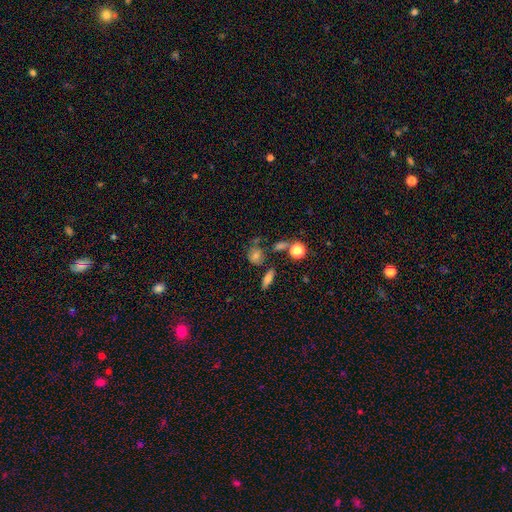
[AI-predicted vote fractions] Smooth or featured? Predicted: smooth (p=0.63). How rounded? Predicted: round (p=0.71). Merging? Predicted: none (p=0.59).